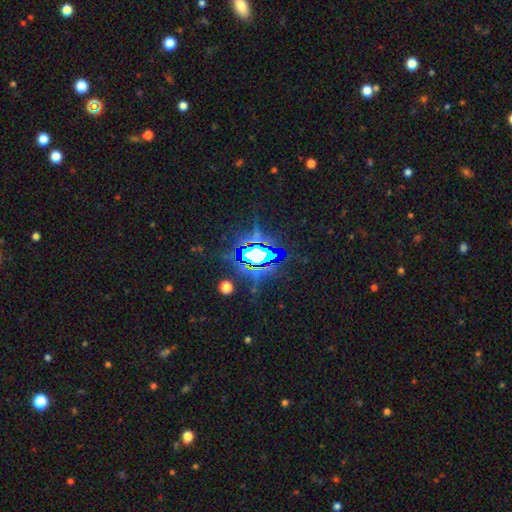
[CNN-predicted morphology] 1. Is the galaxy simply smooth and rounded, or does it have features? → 72% star or artifact, 15% featured or disk, 13% smooth.